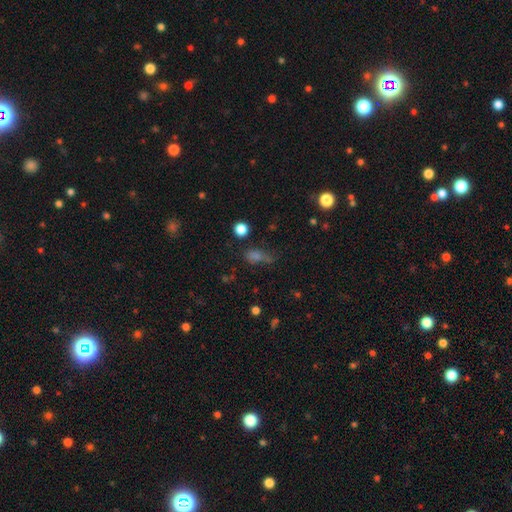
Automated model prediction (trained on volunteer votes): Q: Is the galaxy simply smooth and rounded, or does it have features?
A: smooth — 60%.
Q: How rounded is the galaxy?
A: in between — 61%.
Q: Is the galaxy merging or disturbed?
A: none — 49%.